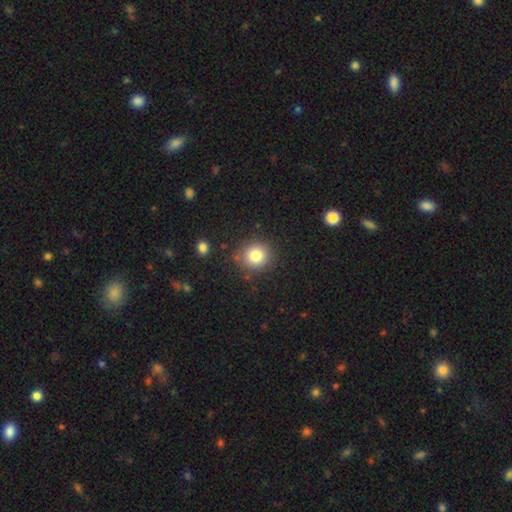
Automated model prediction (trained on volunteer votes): smooth 81%, star or artifact 12%, featured or disk 7%. Down the decision tree: how rounded — round (88%); merging — none (85%).